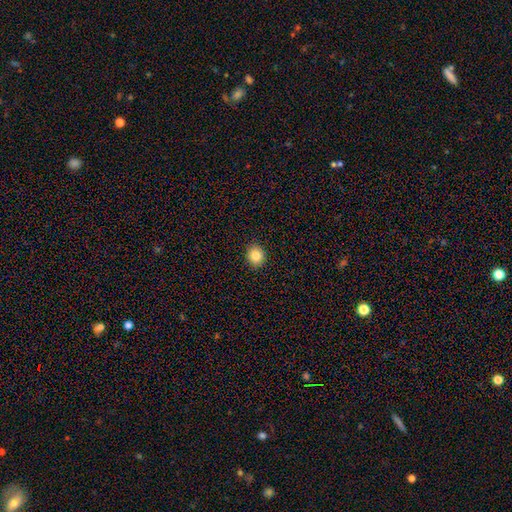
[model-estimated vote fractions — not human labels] Q: Smooth or featured?
A: smooth (86%); runner-up: star or artifact (10%)
Q: How rounded?
A: round (76%); runner-up: in between (23%)
Q: Merging?
A: none (91%); runner-up: minor disturbance (6%)